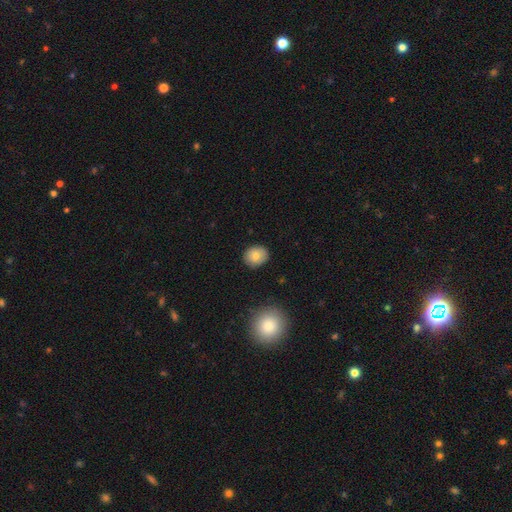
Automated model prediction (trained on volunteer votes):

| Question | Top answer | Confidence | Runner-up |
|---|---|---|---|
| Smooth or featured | smooth | 80% | featured or disk (11%) |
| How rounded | round | 68% | in between (31%) |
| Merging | none | 87% | minor disturbance (10%) |